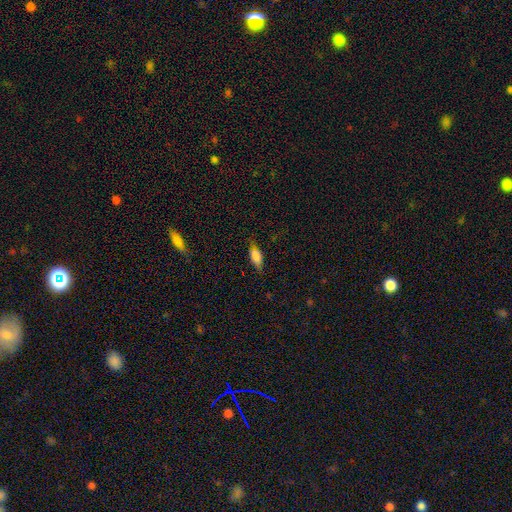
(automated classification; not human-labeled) Smooth or featured? smooth (78%)
How rounded? in between (76%)
Merging? none (73%)